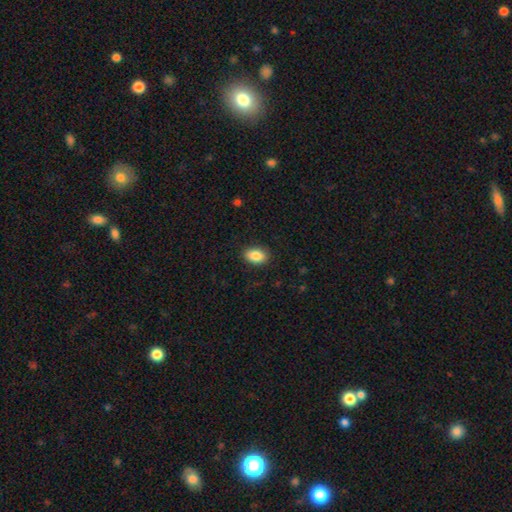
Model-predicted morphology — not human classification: smooth-or-featured: smooth: 86% | star or artifact: 8% | featured or disk: 7%
  how-rounded: in between: 87% | round: 11% | cigar-shaped: 2%
  merging: none: 88% | minor disturbance: 9% | major disturbance: 2% | merger: 1%